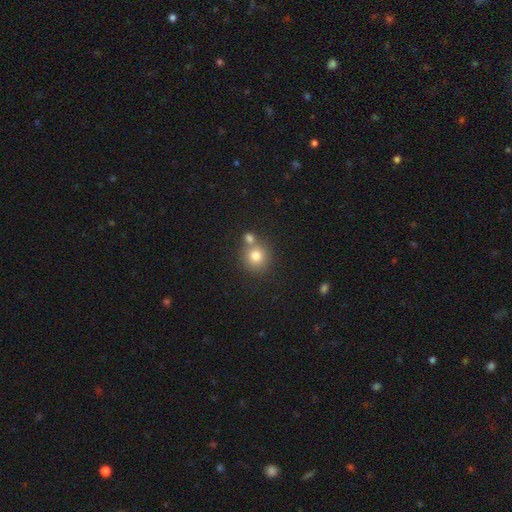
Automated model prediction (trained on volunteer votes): smooth 79%, star or artifact 12%, featured or disk 10%. Down the decision tree: how rounded — round (89%); merging — none (58%).